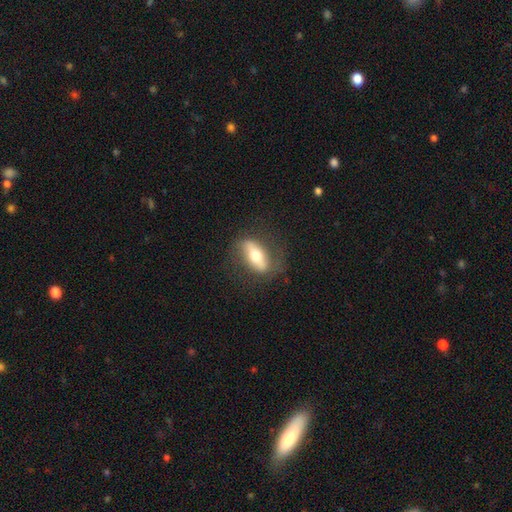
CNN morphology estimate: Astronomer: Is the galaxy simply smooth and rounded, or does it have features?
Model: featured or disk — 49% (runner-up: smooth, 45%).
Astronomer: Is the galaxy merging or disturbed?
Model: none — 75%.